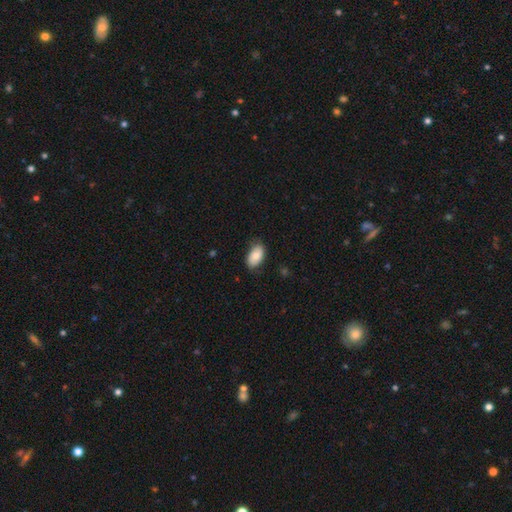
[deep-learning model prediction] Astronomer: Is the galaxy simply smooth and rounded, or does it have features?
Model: smooth — 77%.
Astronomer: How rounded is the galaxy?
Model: in between — 93%.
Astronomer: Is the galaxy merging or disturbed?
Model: none — 76%.